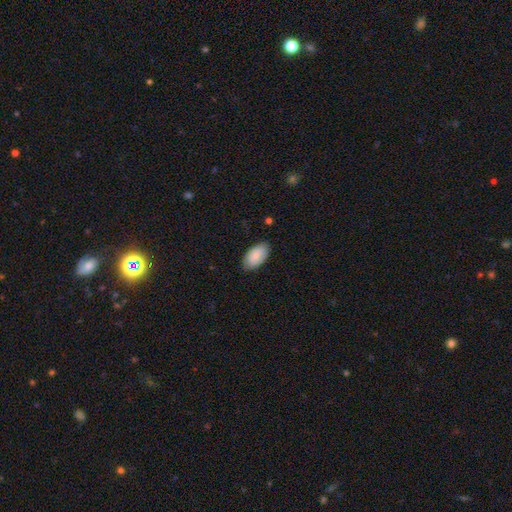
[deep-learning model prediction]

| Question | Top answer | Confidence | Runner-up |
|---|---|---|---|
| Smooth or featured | smooth | 84% | featured or disk (10%) |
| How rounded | in between | 96% | round (2%) |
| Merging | none | 83% | minor disturbance (14%) |